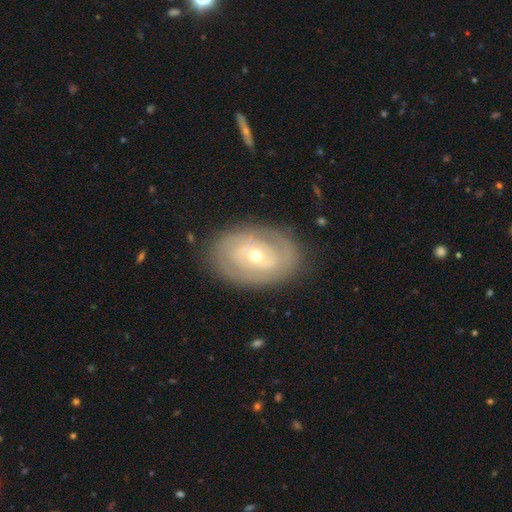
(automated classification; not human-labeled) Smooth or featured?
  - featured or disk: 70% *
  - smooth: 24%
  - star or artifact: 6%
Edge-on disk?
  - no: 94% *
  - yes: 6%
Bar?
  - no: 63% *
  - weak: 27%
  - strong: 10%
Spiral arms?
  - yes: 57% *
  - no: 43%
Bulge size?
  - moderate: 57% *
  - small: 39%
  - large: 2%
  - dominant: 1%
  - none: 1%
Merging?
  - none: 82% *
  - minor disturbance: 12%
  - major disturbance: 5%
  - merger: 1%